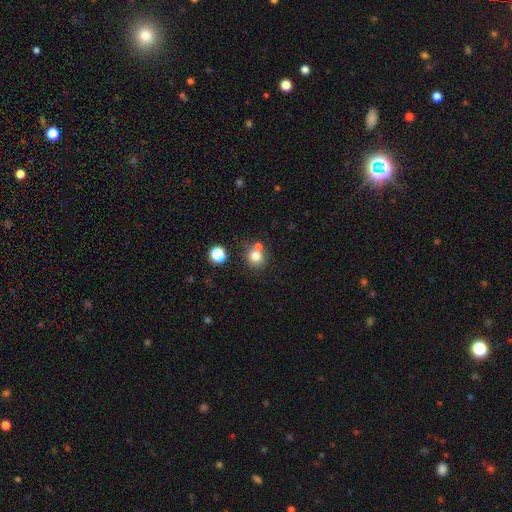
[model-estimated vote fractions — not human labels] Smooth or featured? Predicted: smooth (p=0.79). How rounded? Predicted: round (p=0.86). Merging? Predicted: none (p=0.61).